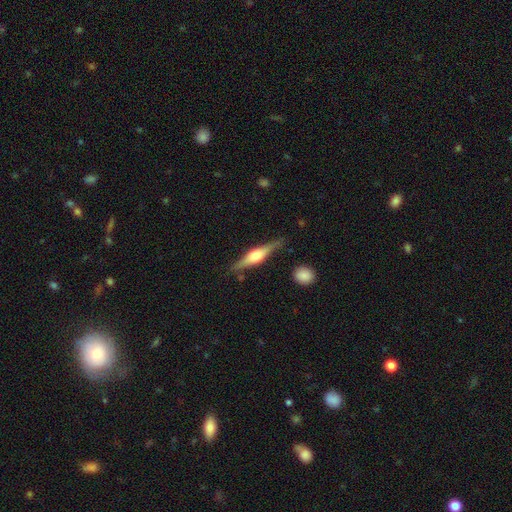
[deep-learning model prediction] Smooth or featured? featured or disk (72%)
Edge-on disk? yes (97%)
Edge-on bulge? rounded (87%)
Merging? none (84%)